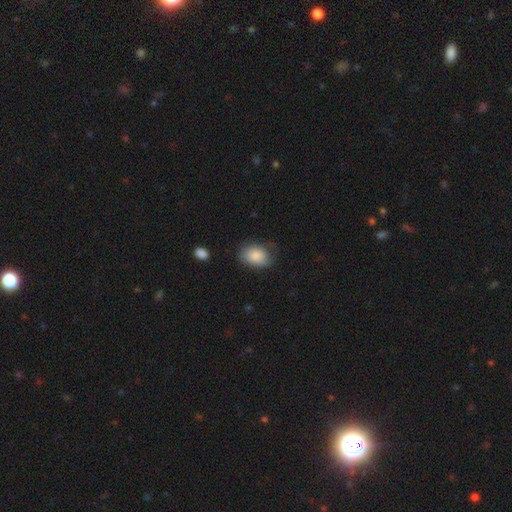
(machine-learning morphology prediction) Overall: smooth (86%). How rounded: in between (72%). Merging: none (66%).